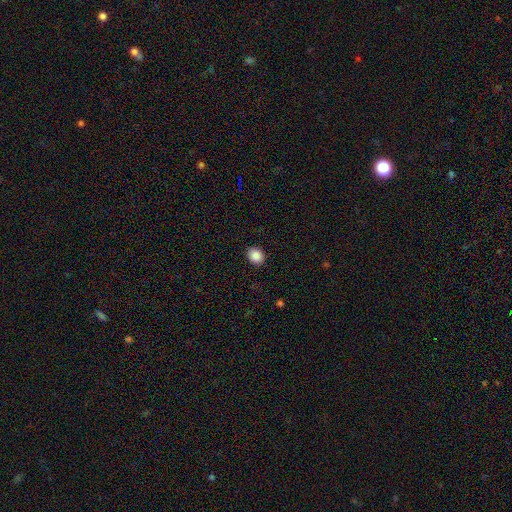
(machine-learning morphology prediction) Q: Smooth or featured?
A: smooth (88%); runner-up: star or artifact (8%)
Q: How rounded?
A: round (56%); runner-up: in between (43%)
Q: Merging?
A: none (90%); runner-up: minor disturbance (7%)